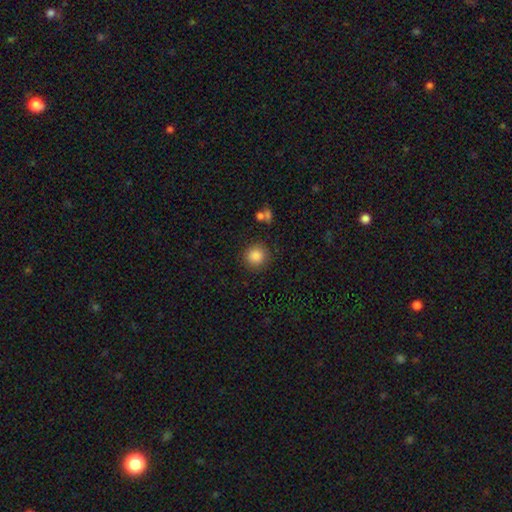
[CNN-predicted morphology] smooth 86%, star or artifact 10%, featured or disk 4%. Down the decision tree: how rounded — round (91%); merging — none (87%).